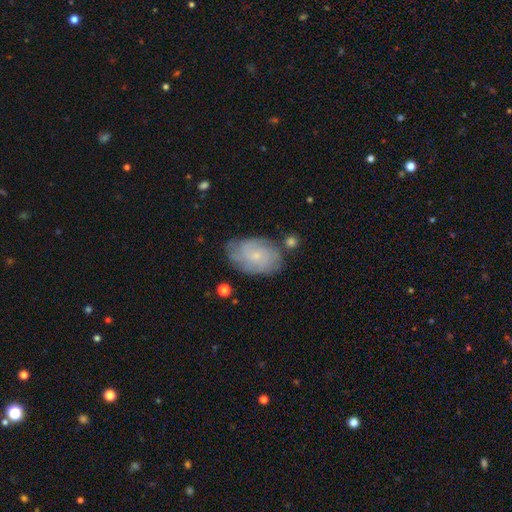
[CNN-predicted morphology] Overall: featured or disk (55%; smooth 37%). Edge-on disk: no (96%). Bar: no (79%). Spiral arms: yes (79%). Bulge size: small (78%). Merging: none (67%).